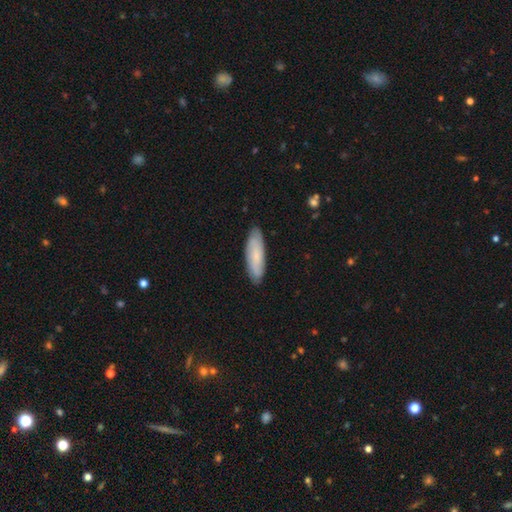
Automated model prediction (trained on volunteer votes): Q: Smooth or featured?
A: smooth (64%); runner-up: featured or disk (29%)
Q: How rounded?
A: cigar-shaped (51%); runner-up: in between (47%)
Q: Merging?
A: none (85%); runner-up: minor disturbance (12%)